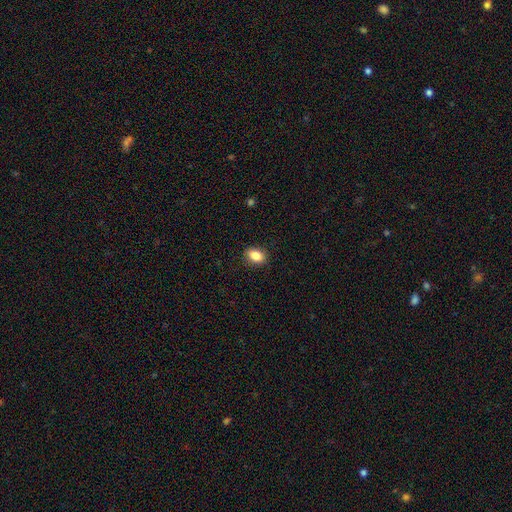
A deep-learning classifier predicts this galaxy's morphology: A smooth galaxy with no disk features (86%) that is in between round and cigar-shaped (79%). Merging: none (89%).